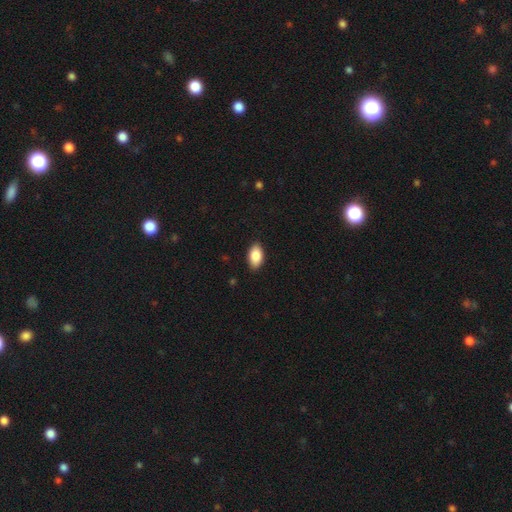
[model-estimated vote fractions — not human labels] Q: Smooth or featured?
A: smooth (87%); runner-up: star or artifact (7%)
Q: How rounded?
A: in between (93%); runner-up: round (5%)
Q: Merging?
A: none (89%); runner-up: minor disturbance (8%)